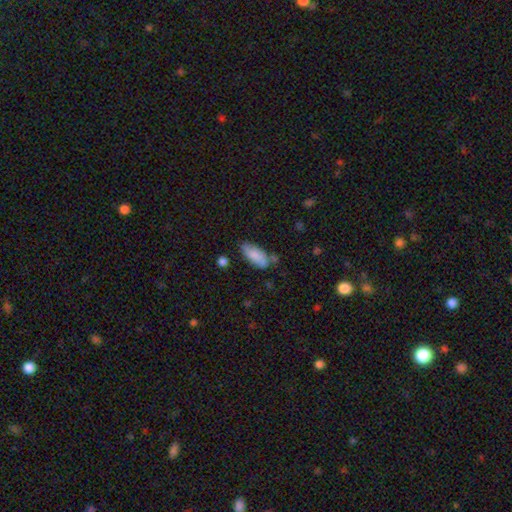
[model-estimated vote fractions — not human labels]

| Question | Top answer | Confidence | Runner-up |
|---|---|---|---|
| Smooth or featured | smooth | 84% | featured or disk (9%) |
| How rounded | in between | 85% | cigar-shaped (13%) |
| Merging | none | 64% | minor disturbance (23%) |